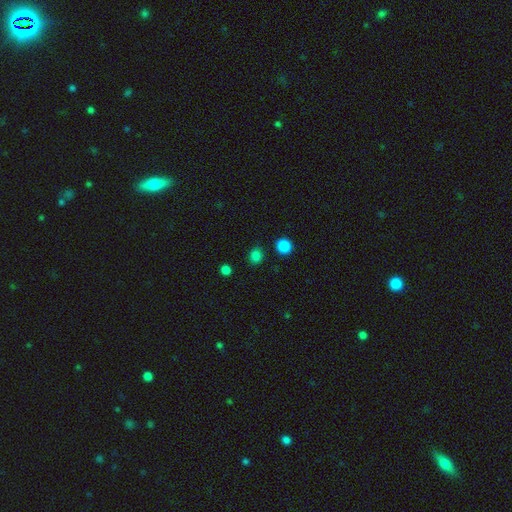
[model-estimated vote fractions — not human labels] Smooth or featured?
  - smooth: 83% *
  - star or artifact: 14%
  - featured or disk: 3%
How rounded?
  - round: 76% *
  - in between: 23%
  - cigar-shaped: 1%
Merging?
  - none: 87% *
  - minor disturbance: 7%
  - merger: 3%
  - major disturbance: 3%